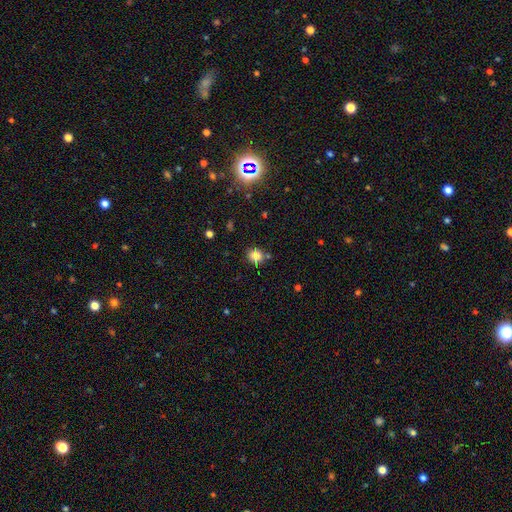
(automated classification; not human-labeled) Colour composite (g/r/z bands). It shows a smooth galaxy with no disk features (79%) that is round (79%). Merging: none (76%).